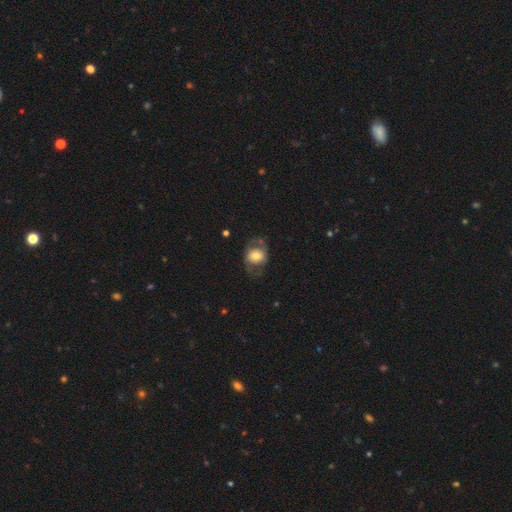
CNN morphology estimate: Smooth or featured?
  - smooth: 51% *
  - featured or disk: 42%
  - star or artifact: 7%
How rounded?
  - round: 57% *
  - in between: 42%
  - cigar-shaped: 1%
Merging?
  - none: 59% *
  - minor disturbance: 20%
  - major disturbance: 18%
  - merger: 2%